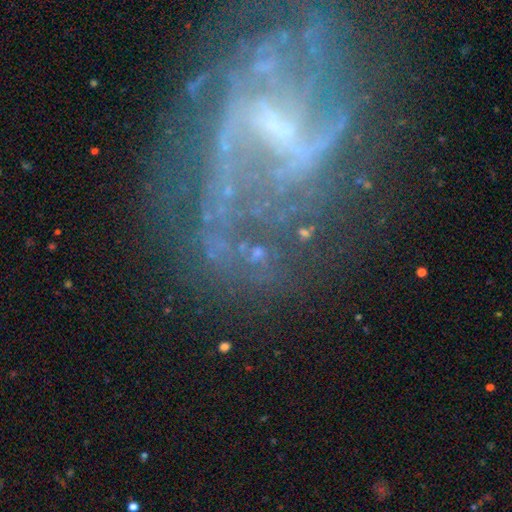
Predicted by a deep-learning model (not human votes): featured or disk 47%, star or artifact 35%, smooth 18%. Down the decision tree: merging — none (56%).